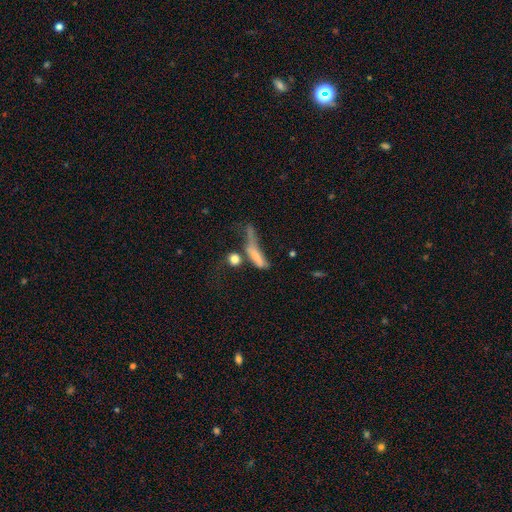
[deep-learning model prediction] This is possibly a smooth galaxy (59%). How rounded: likely cigar-shaped (62%). Merging: marginally major disturbance (38%).